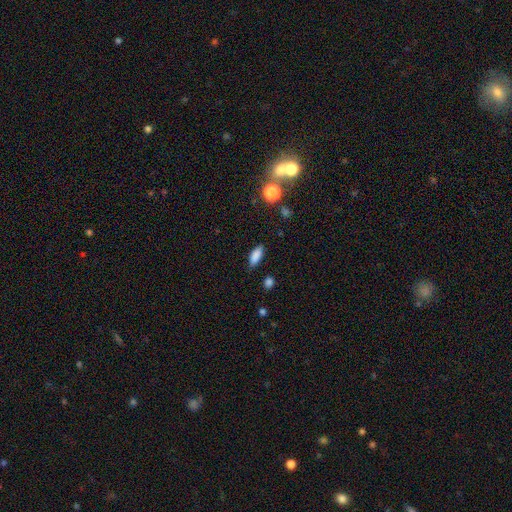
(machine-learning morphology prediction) type=smooth (85%); roundness=in between (73%); merging=none (82%).